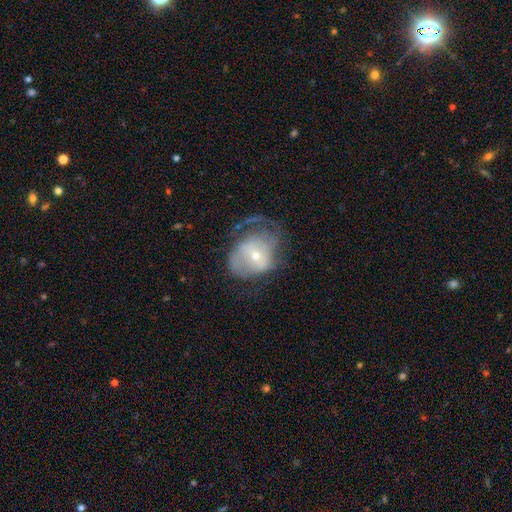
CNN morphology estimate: This appears to be a featured or disk galaxy (57%) with no bar (65%), spiral arms (53%) and a small central bulge (60%). Merging: major disturbance (43%).